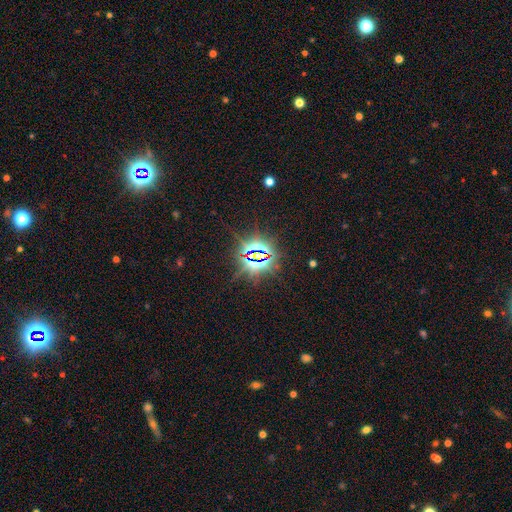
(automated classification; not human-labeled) A star or artifact, not a galaxy (83%).

Vote fractions:
- Smooth or featured? star or artifact: 83% / smooth: 9% / featured or disk: 8%